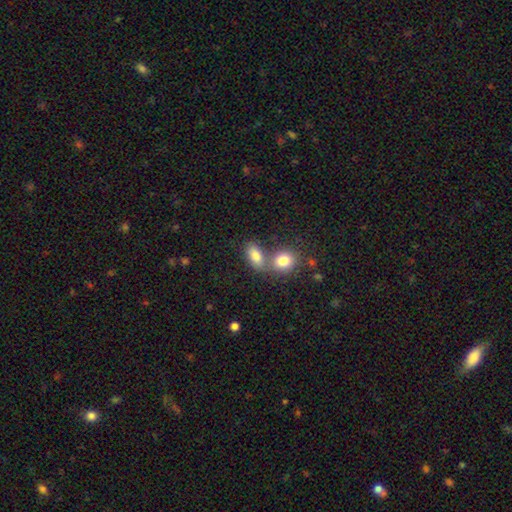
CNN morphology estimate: A smooth galaxy with no disk features (82%) that is in between round and cigar-shaped (82%). Merging: none (43%, tied with merger).